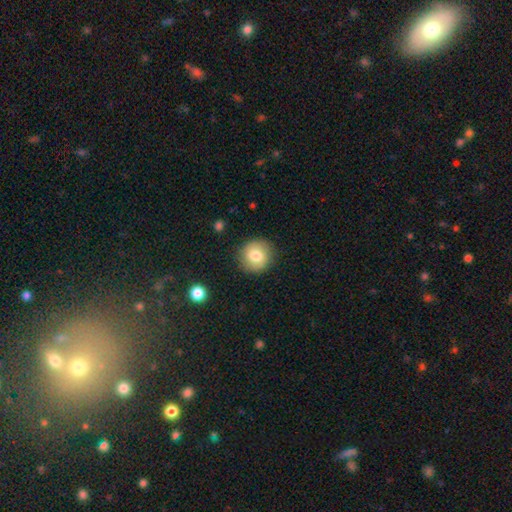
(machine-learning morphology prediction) This is likely a smooth galaxy (77%). How rounded: clearly round (90%). Merging: clearly none (87%).